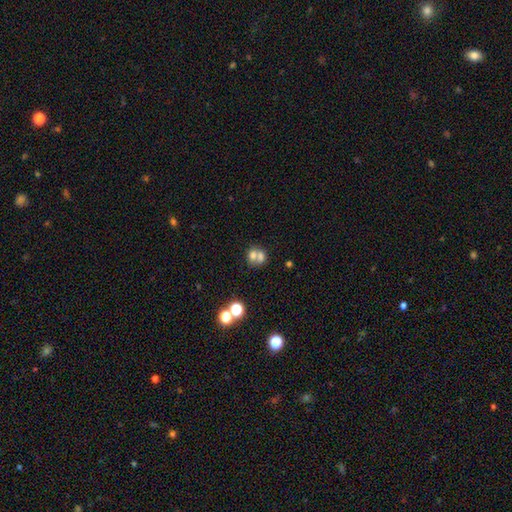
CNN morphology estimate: A smooth galaxy with no disk features (63%) that is round (63%). Merging: merger (61%).